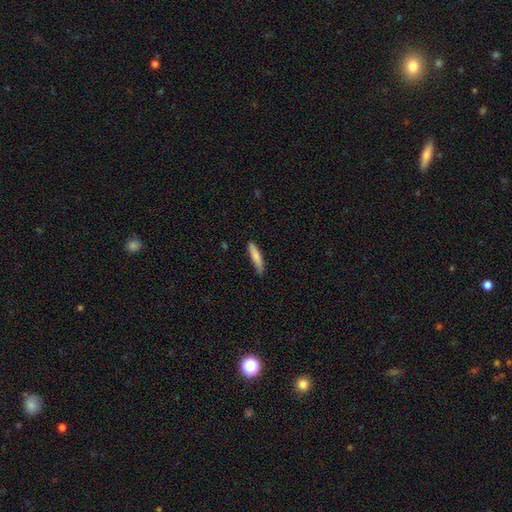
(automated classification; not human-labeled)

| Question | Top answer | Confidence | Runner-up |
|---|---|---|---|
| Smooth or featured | smooth | 80% | featured or disk (15%) |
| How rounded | cigar-shaped | 84% | in between (14%) |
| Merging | none | 77% | minor disturbance (18%) |